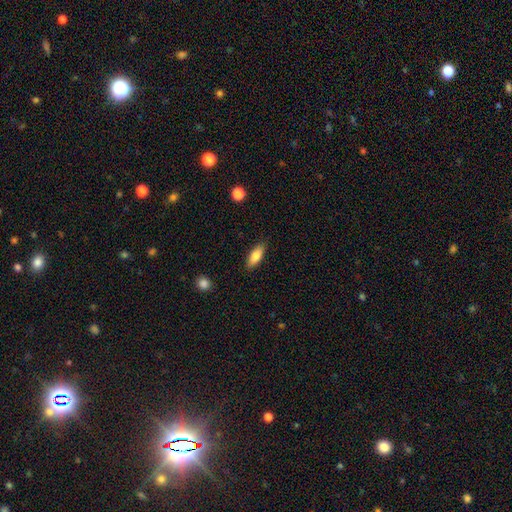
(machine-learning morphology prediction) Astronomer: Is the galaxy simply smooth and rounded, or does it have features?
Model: smooth — 81%.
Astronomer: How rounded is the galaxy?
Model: in between — 71%.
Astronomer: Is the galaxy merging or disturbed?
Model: none — 87%.